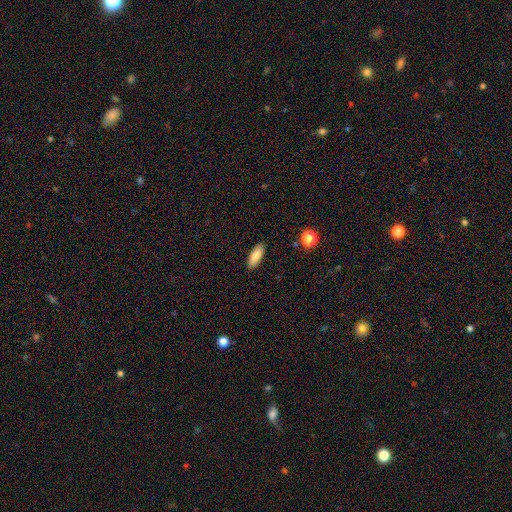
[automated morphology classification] Smooth or featured: smooth — 84% (featured or disk — 9%)
How rounded: in between — 73% (cigar-shaped — 25%)
Merging: none — 89% (minor disturbance — 8%)